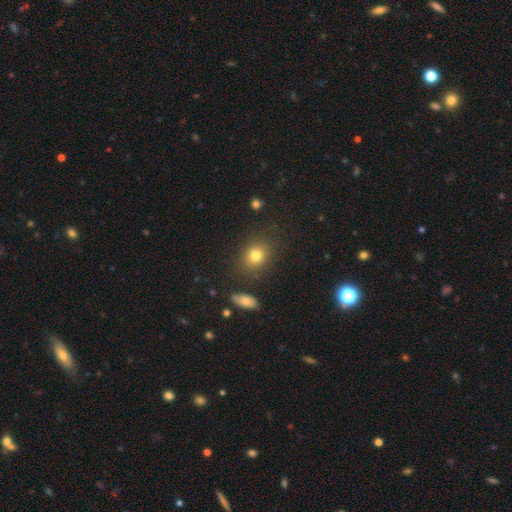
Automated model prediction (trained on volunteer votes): smooth-or-featured: smooth: 79% | star or artifact: 12% | featured or disk: 9%
  how-rounded: round: 58% | in between: 41% | cigar-shaped: 1%
  merging: none: 81% | minor disturbance: 11% | major disturbance: 4% | merger: 4%